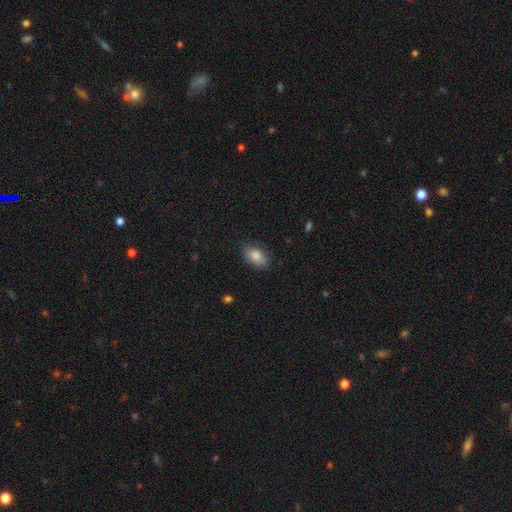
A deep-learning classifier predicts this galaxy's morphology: type=smooth (84%); roundness=in between (89%); merging=none (79%).